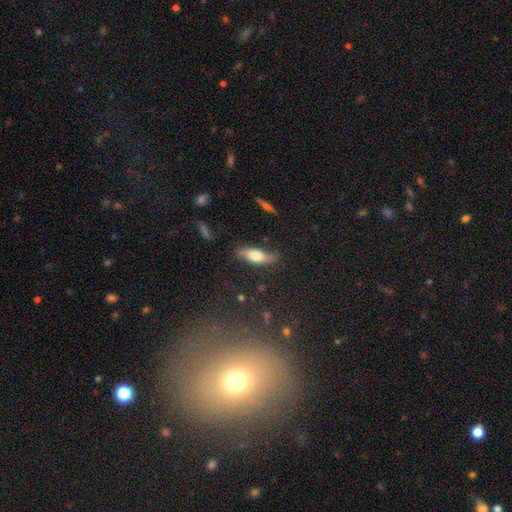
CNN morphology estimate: smooth 58%, featured or disk 35%, star or artifact 6%. Down the decision tree: how rounded — in between (58%); merging — none (75%).